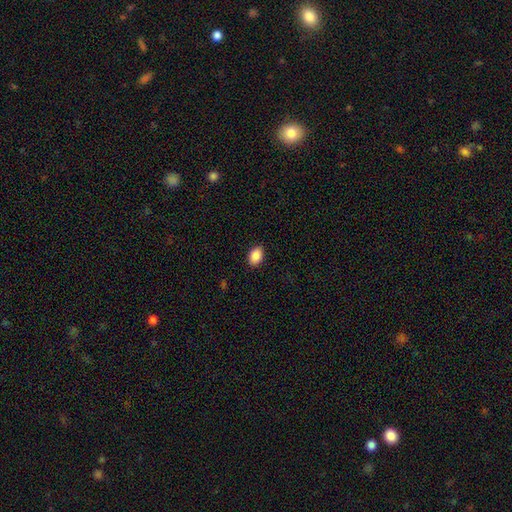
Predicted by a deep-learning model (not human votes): The model was most divided on "how rounded": in between: 85%, round: 14%, cigar-shaped: 1%. More confident: smooth or featured — smooth (89%); merging — none (88%).